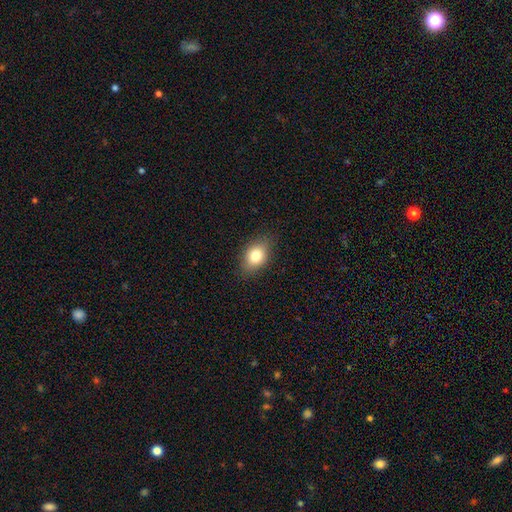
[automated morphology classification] smooth_or_featured: smooth (p=0.80) [alt: featured or disk p=0.11]
how_rounded: in between (p=0.80) [alt: round p=0.18]
merging: none (p=0.83) [alt: minor disturbance p=0.13]